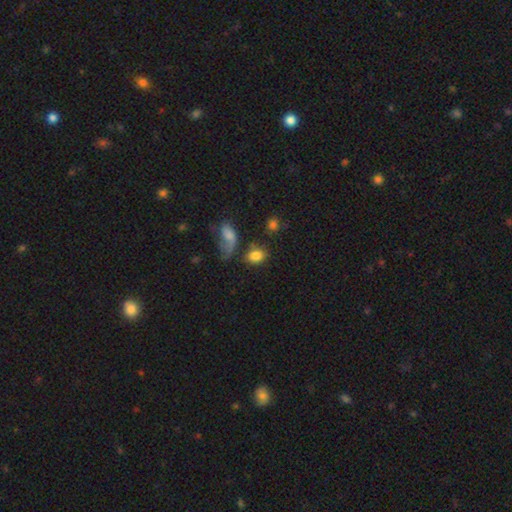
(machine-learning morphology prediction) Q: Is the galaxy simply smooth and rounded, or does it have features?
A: smooth — 81%.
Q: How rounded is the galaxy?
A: in between — 74%.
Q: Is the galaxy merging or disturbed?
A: none — 54%.